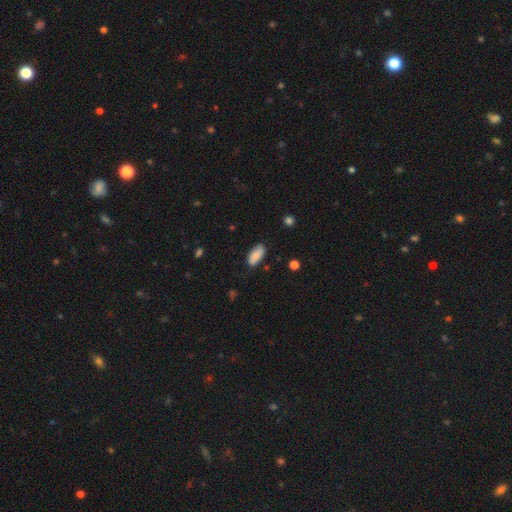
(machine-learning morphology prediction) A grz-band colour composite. It shows a smooth galaxy with no disk features (81%) that is in between round and cigar-shaped (89%). Merging: none (78%).